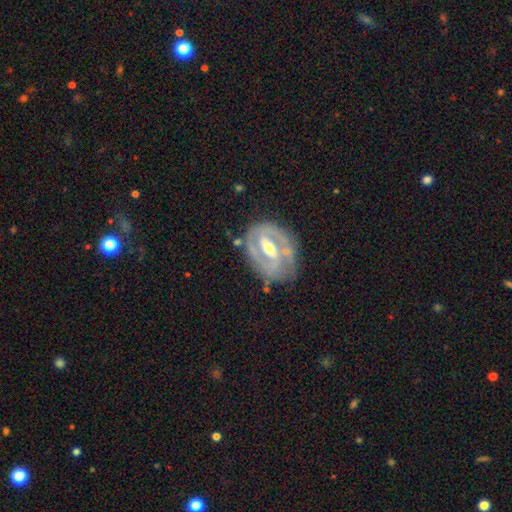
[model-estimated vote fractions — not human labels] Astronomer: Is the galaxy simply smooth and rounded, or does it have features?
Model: featured or disk — 77%.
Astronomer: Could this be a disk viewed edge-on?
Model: no — 94%.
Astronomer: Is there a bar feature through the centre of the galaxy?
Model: strong — 49% (runner-up: weak, 36%).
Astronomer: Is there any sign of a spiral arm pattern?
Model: yes — 75%.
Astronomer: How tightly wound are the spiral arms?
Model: tight — 53% (runner-up: medium, 34%).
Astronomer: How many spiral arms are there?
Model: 2 — 62%.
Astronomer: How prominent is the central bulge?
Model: moderate — 64%.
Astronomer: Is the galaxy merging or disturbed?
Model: none — 72%.